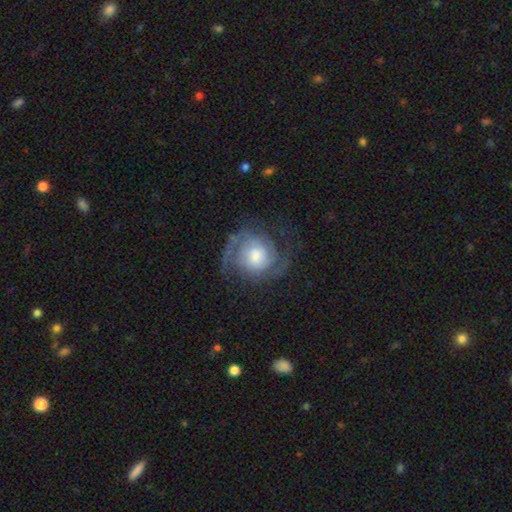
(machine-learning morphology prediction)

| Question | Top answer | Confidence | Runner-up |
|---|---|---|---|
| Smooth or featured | featured or disk | 81% | smooth (13%) |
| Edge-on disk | no | 98% | yes (2%) |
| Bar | no | 69% | weak (26%) |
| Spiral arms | yes | 95% | no (5%) |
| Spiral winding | tight | 42% | tied: medium (42%) |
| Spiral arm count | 2 | 69% | can't tell (11%) |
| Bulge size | moderate | 46% | large (26%) |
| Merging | none | 70% | minor disturbance (16%) |